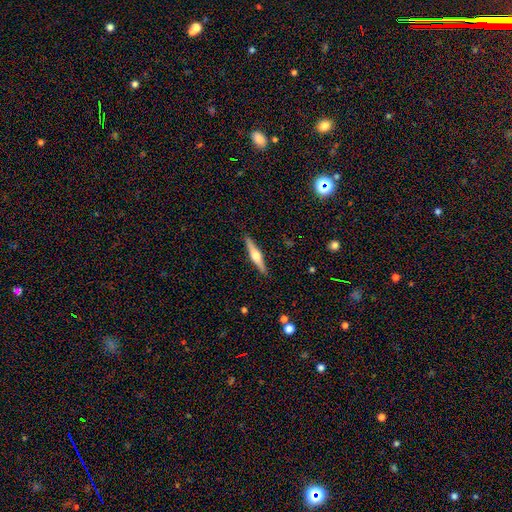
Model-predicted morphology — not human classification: smooth-or-featured: featured or disk: 67% | smooth: 27% | star or artifact: 5%
  disk-edge-on: yes: 98% | no: 2%
    edge-on-bulge: rounded: 94% | boxy: 4% | none: 2%
  merging: none: 91% | minor disturbance: 7% | major disturbance: 1% | merger: 1%